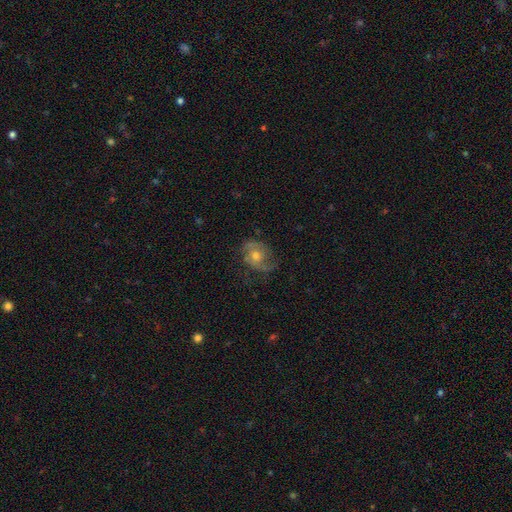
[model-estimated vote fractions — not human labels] smooth-or-featured: featured or disk: 76% | smooth: 16% | star or artifact: 9%
  disk-edge-on: no: 97% | yes: 3%
    bar: no: 72% | weak: 23% | strong: 5%
    has-spiral-arms: yes: 91% | no: 9%
      spiral-winding: medium: 47% | tight: 34% | loose: 19%
      spiral-arm-count: 2: 75% | can't tell: 12% | 1: 5% | 3: 5% | 4: 2% | more than 4: 2%
    bulge-size: moderate: 66% | small: 27% | large: 5% | none: 2% | dominant: 1%
  merging: none: 69% | minor disturbance: 19% | major disturbance: 11% | merger: 1%